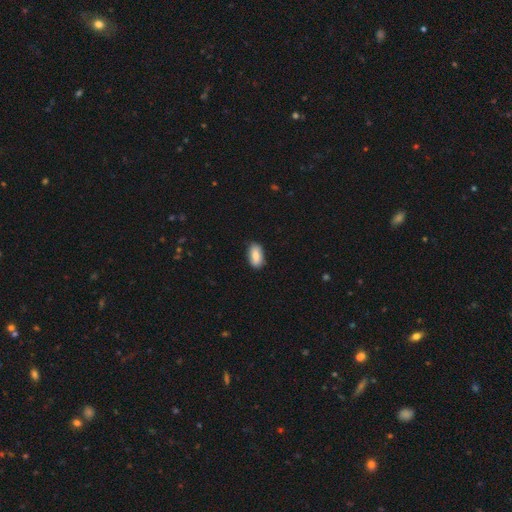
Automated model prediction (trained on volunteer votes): Morphology: type=smooth (84%); roundness=in between (92%); merging=none (85%).